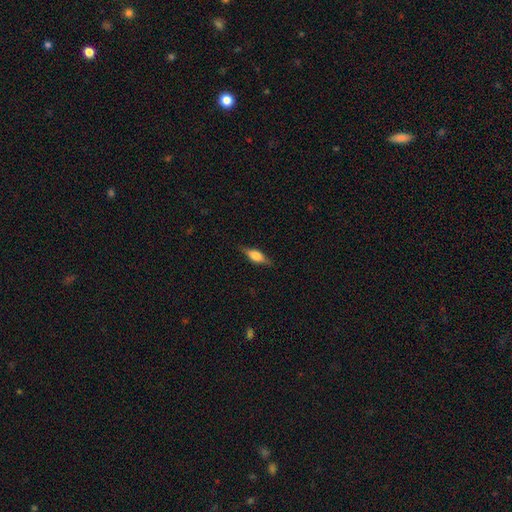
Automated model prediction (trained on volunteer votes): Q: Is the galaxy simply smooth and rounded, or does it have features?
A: smooth — 52%.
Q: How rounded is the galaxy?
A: in between — 60%.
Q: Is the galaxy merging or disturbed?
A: none — 82%.